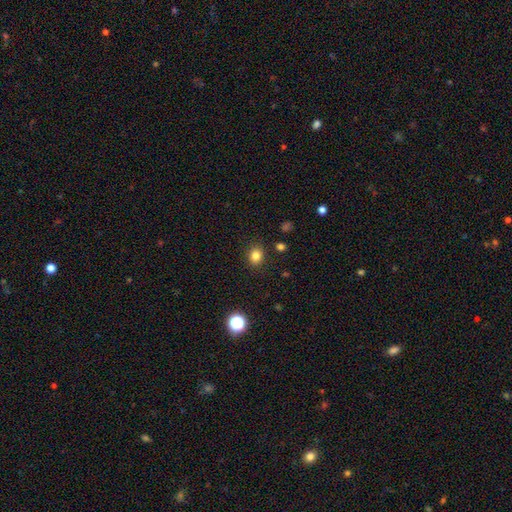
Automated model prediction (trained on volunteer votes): Smooth or featured? smooth (82%)
How rounded? round (57%)
Merging? none (88%)